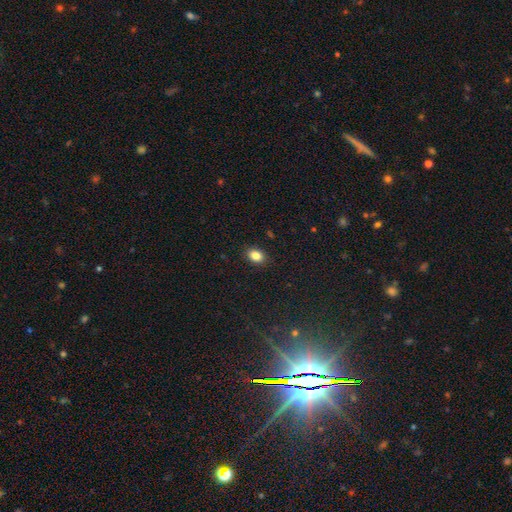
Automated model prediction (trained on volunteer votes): Morphology: type=smooth (85%); roundness=in between (76%); merging=none (89%).